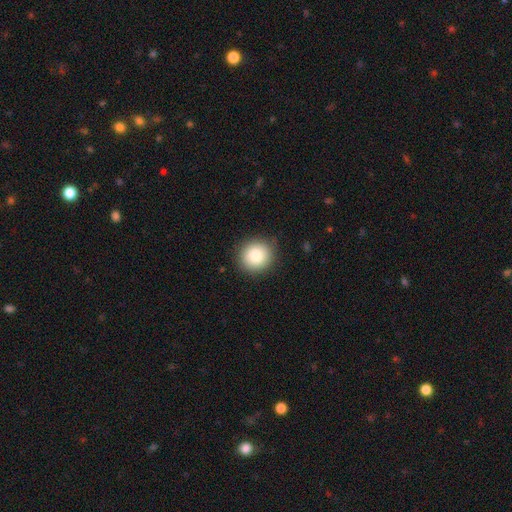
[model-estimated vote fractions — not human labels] Overall: smooth (84%). How rounded: round (90%). Merging: none (88%).